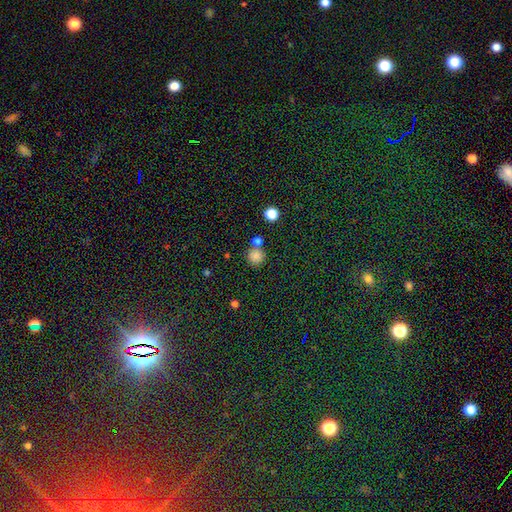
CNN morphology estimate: Overall: smooth (81%). How rounded: round (91%). Merging: none (65%).